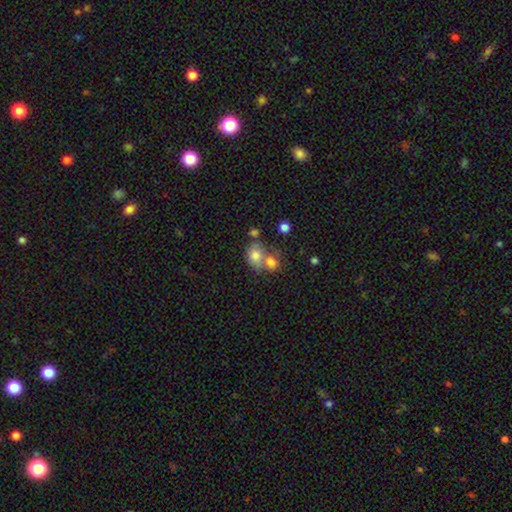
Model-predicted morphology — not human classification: Smooth or featured?
  - smooth: 75% *
  - featured or disk: 14%
  - star or artifact: 10%
How rounded?
  - round: 51% *
  - in between: 47%
  - cigar-shaped: 1%
Merging?
  - merger: 54% *
  - none: 31%
  - minor disturbance: 10%
  - major disturbance: 5%